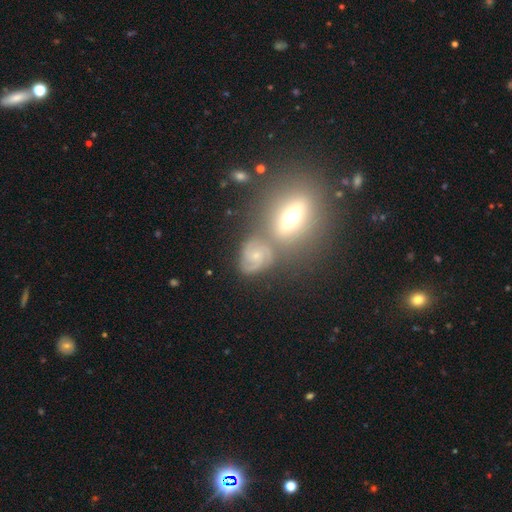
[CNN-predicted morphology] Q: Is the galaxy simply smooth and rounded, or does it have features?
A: featured or disk — 81%.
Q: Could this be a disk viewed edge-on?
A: no — 97%.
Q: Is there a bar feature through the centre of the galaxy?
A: no — 67%.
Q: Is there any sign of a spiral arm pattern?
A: yes — 97%.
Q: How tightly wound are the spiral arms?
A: tight — 48%.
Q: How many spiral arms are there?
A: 3 — 42%.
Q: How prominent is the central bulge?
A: small — 67%.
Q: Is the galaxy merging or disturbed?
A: none — 58%.